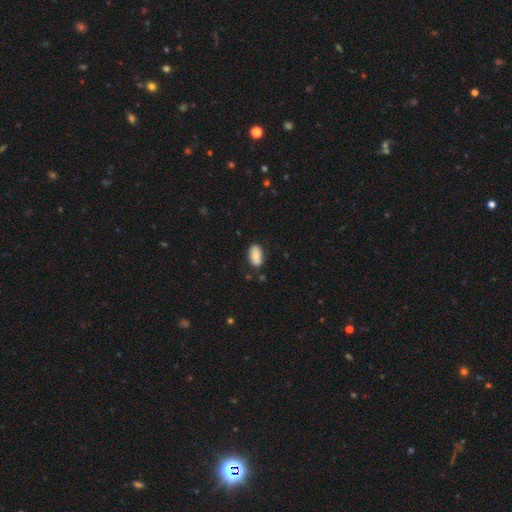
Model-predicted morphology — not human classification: Smooth or featured? smooth (72%)
How rounded? in between (92%)
Merging? none (79%)